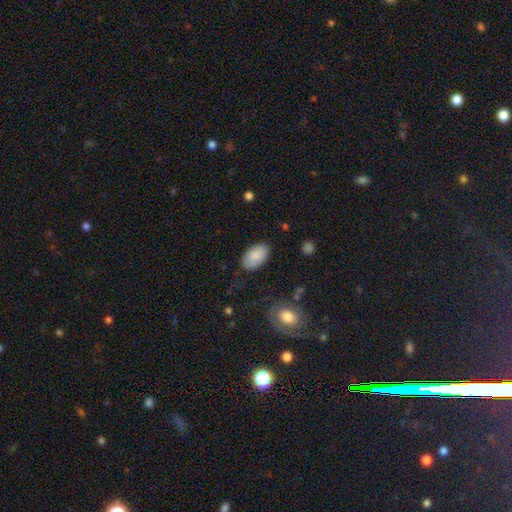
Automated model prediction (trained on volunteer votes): Smooth or featured? smooth (88%)
How rounded? in between (94%)
Merging? none (82%)